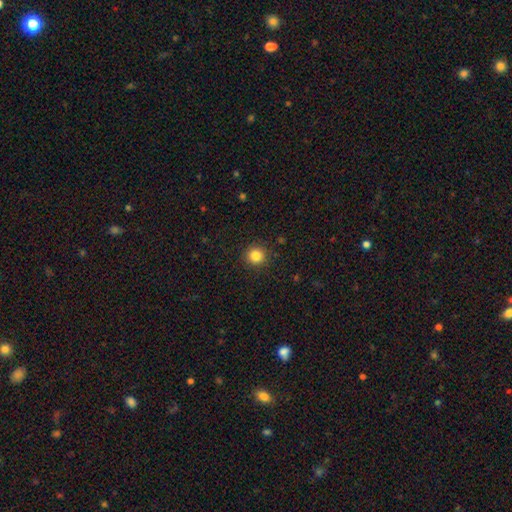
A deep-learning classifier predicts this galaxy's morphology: The model was most divided on "smooth or featured": smooth: 85%, star or artifact: 11%, featured or disk: 4%. More confident: how rounded — round (95%); merging — none (92%).